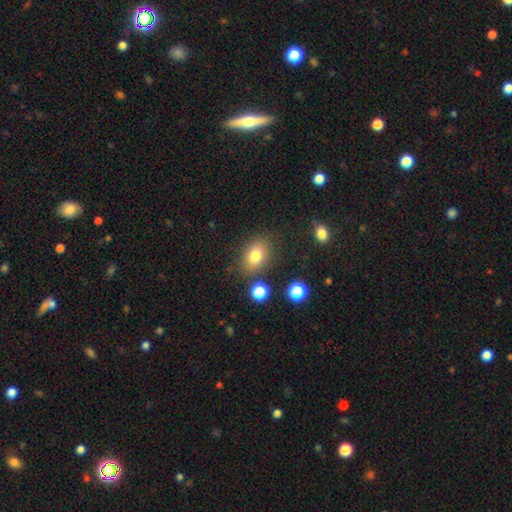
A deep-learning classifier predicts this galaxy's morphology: This appears to be a smooth galaxy with no disk features (78%) that is in between round and cigar-shaped (75%). Merging: none (81%).